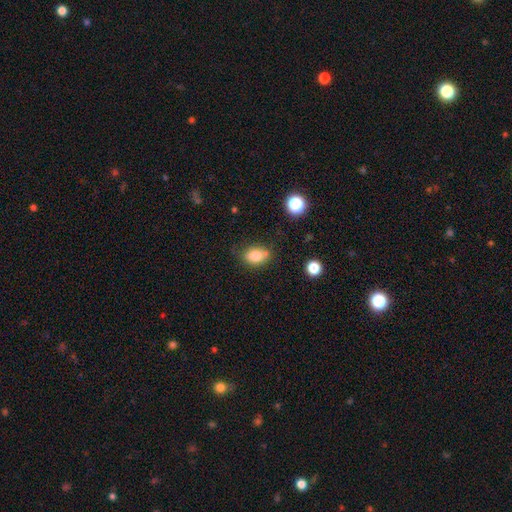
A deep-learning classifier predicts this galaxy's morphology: Smooth or featured? smooth (81%)
How rounded? in between (74%)
Merging? none (71%)